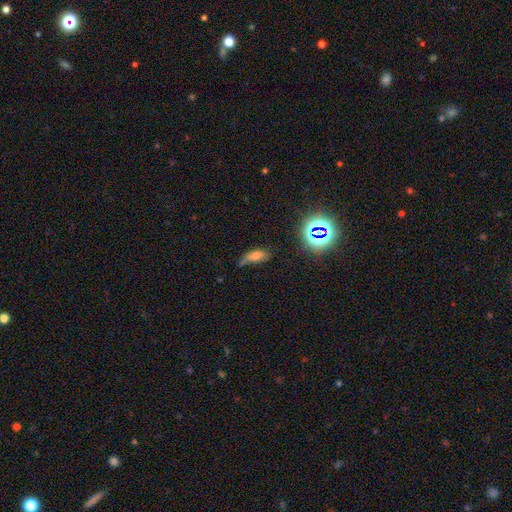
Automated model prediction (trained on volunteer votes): A smooth galaxy with no disk features (63%) that is in between round and cigar-shaped (77%). Merging: none (40%).